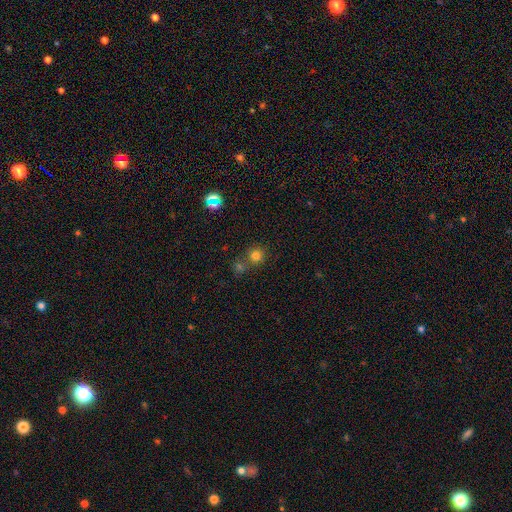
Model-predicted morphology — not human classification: Overall: smooth (74%). How rounded: round (90%). Merging: none (62%; merger 27%).